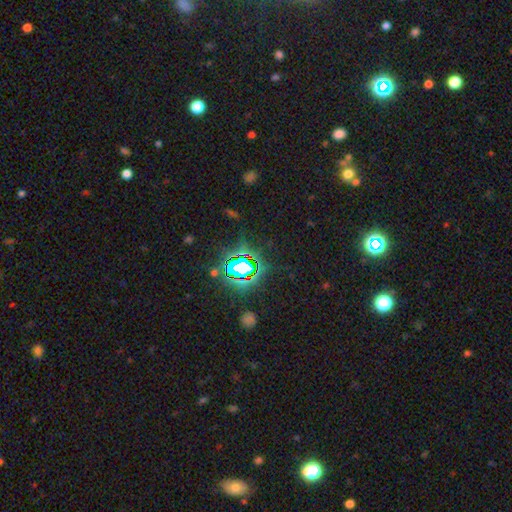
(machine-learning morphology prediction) type=star or artifact (81%).